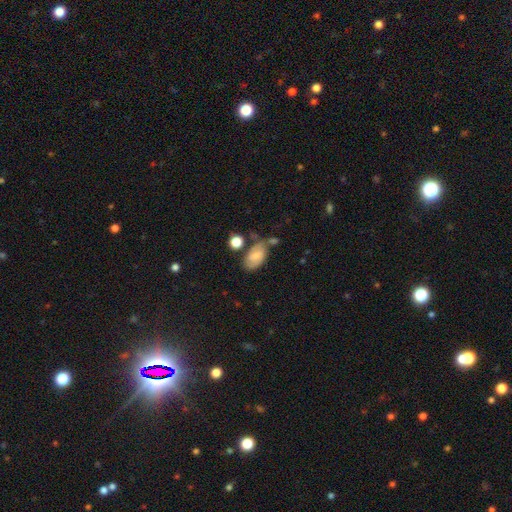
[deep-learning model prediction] This appears to be a smooth galaxy with no disk features (57%) that is in between round and cigar-shaped (90%). Merging: none (52%).